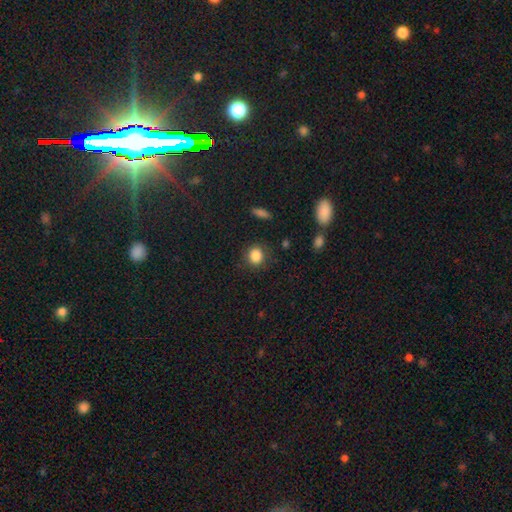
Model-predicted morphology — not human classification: A smooth galaxy with no disk features (86%) that is round (78%). Merging: none (84%).